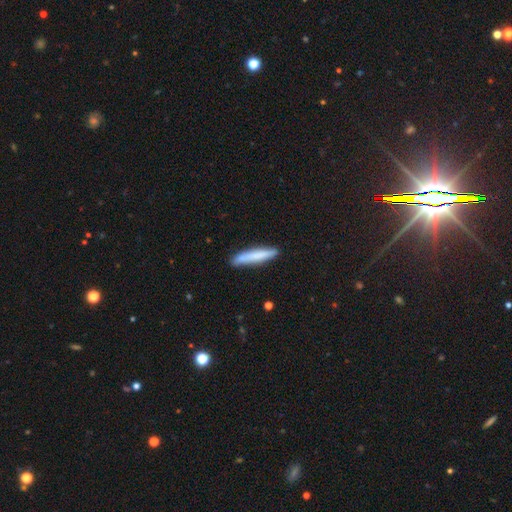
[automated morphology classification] Q: Smooth or featured?
A: smooth (75%); runner-up: featured or disk (19%)
Q: How rounded?
A: cigar-shaped (91%); runner-up: in between (8%)
Q: Merging?
A: none (83%); runner-up: minor disturbance (13%)